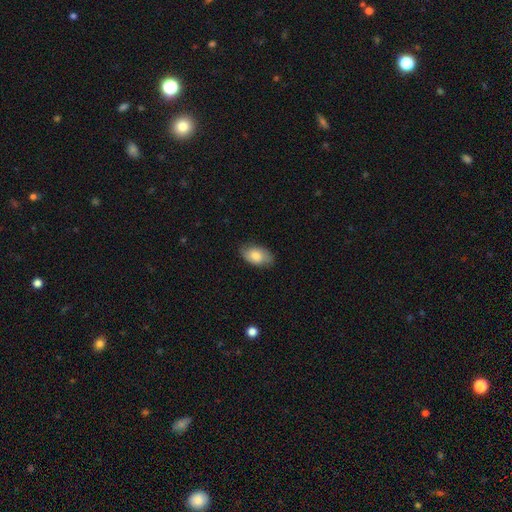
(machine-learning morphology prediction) Q: Smooth or featured?
A: smooth (78%); runner-up: featured or disk (15%)
Q: How rounded?
A: in between (93%); runner-up: round (6%)
Q: Merging?
A: none (81%); runner-up: minor disturbance (15%)